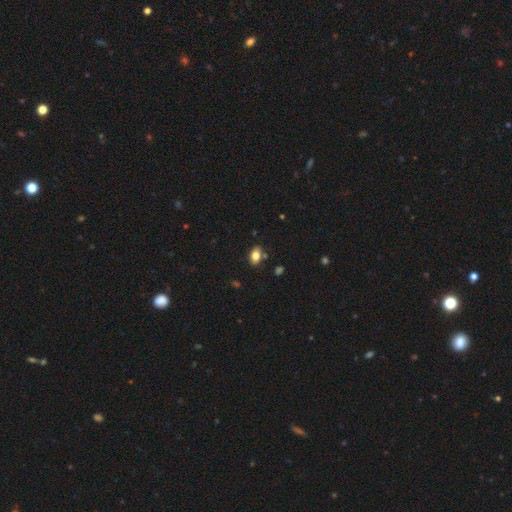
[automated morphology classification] This appears to be a smooth galaxy with no disk features (80%) that is in between round and cigar-shaped (85%). Merging: none (82%).